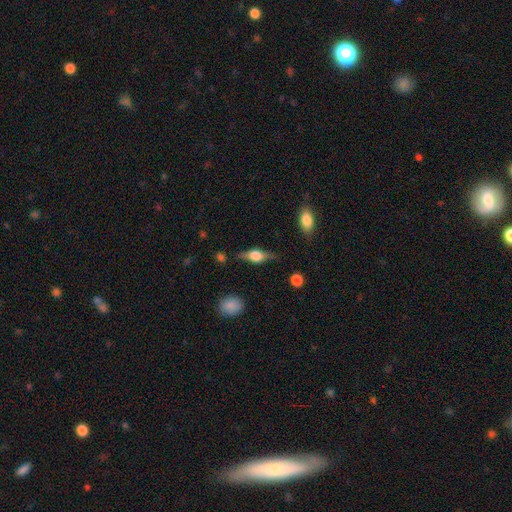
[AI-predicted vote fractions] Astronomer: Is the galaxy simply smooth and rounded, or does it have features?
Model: featured or disk — 65%.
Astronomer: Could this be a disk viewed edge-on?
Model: yes — 95%.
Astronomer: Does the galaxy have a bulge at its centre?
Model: rounded — 89%.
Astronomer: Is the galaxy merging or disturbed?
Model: none — 79%.